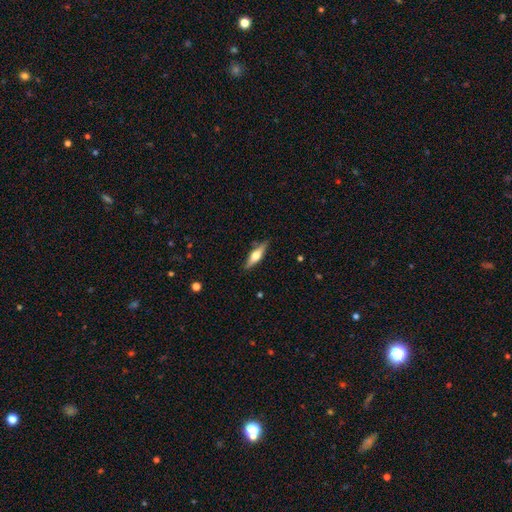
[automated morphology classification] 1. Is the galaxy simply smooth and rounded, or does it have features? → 54% featured or disk, 40% smooth, 6% star or artifact.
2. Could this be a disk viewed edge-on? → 94% yes, 6% no.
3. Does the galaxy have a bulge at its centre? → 92% rounded, 6% boxy, 3% none.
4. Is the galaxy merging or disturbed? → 86% none, 11% minor disturbance, 2% major disturbance, 2% merger.